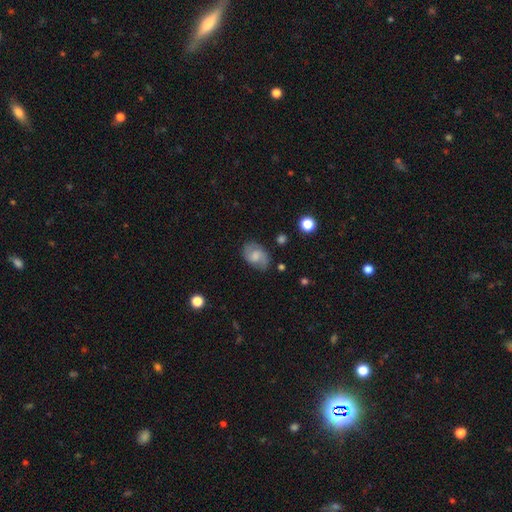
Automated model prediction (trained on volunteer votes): A featured or disk galaxy (47%).

Vote fractions:
- Smooth or featured? featured or disk: 47% / smooth: 44% / star or artifact: 8%
- Merging? none: 74% / minor disturbance: 18% / major disturbance: 6% / merger: 2%